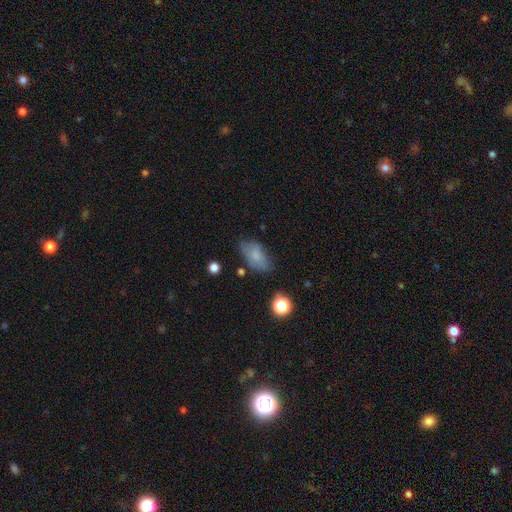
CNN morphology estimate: A smooth galaxy with no disk features (77%) that is in between round and cigar-shaped (91%). Merging: none (66%).